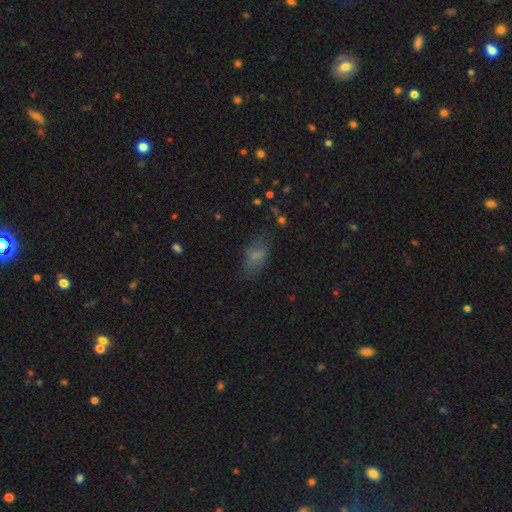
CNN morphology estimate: Smooth or featured?
  - smooth: 72% *
  - featured or disk: 14%
  - star or artifact: 14%
How rounded?
  - in between: 88% *
  - cigar-shaped: 6%
  - round: 6%
Merging?
  - none: 59% *
  - minor disturbance: 24%
  - major disturbance: 15%
  - merger: 2%